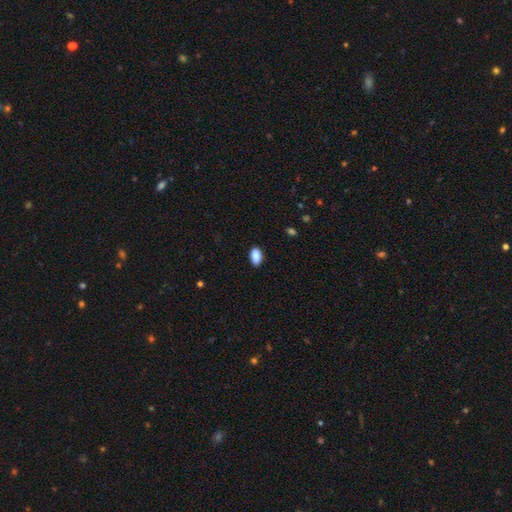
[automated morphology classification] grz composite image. It shows a smooth galaxy with no disk features (89%) that is in between round and cigar-shaped (92%). Merging: none (83%).